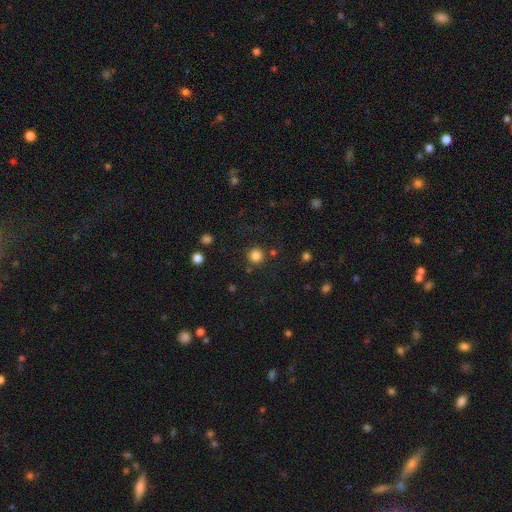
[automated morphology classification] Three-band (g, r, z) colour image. It shows a smooth galaxy with no disk features (83%) that is round (95%). Merging: none (86%).